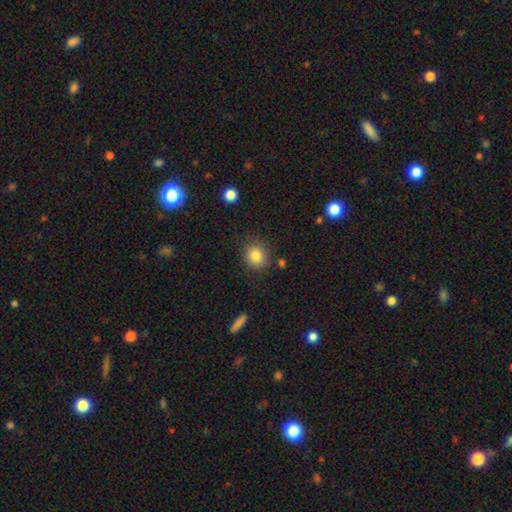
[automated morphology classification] smooth-or-featured: smooth: 84% | star or artifact: 10% | featured or disk: 6%
  how-rounded: round: 83% | in between: 16% | cigar-shaped: 1%
  merging: none: 85% | minor disturbance: 10% | major disturbance: 3% | merger: 3%